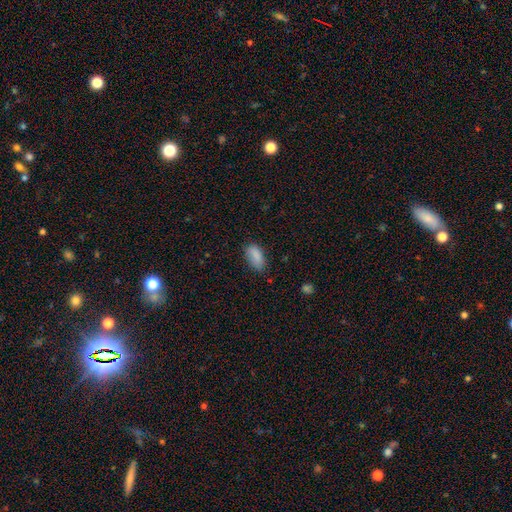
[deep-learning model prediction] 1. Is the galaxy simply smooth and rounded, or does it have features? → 87% smooth, 8% star or artifact, 6% featured or disk.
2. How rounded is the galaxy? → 91% in between, 6% cigar-shaped, 3% round.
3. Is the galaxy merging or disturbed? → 72% none, 22% minor disturbance, 4% major disturbance, 2% merger.